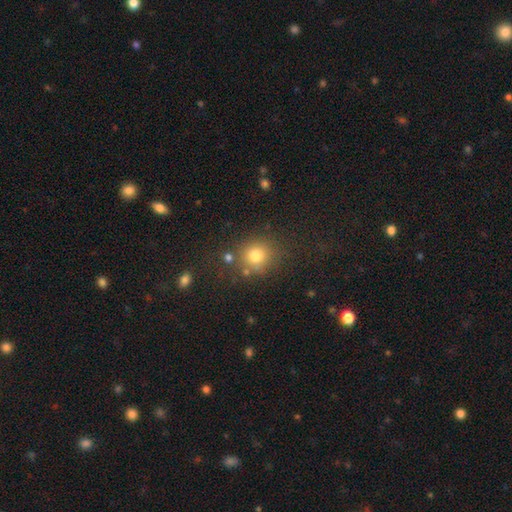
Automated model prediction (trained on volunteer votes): Smooth or featured? Predicted: smooth (p=0.77). How rounded? Predicted: round (p=0.86). Merging? Predicted: none (p=0.76).